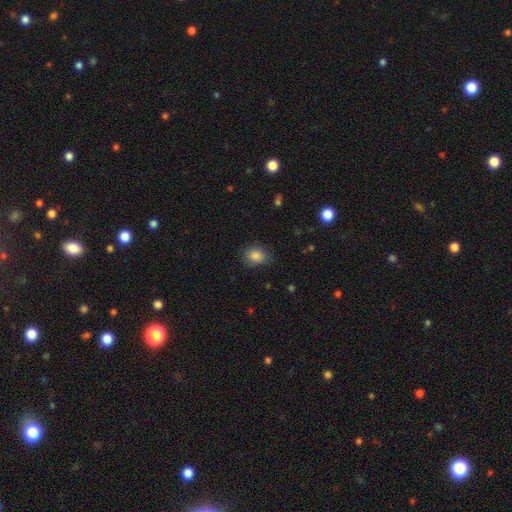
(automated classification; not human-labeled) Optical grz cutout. It shows a smooth galaxy with no disk features (85%) that is in between round and cigar-shaped (56%). Merging: none (74%).